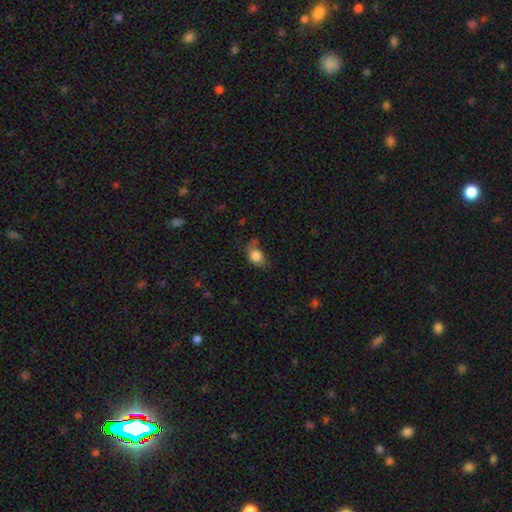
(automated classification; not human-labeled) Smooth or featured?
  - smooth: 80% *
  - featured or disk: 12%
  - star or artifact: 9%
How rounded?
  - in between: 75% *
  - round: 23%
  - cigar-shaped: 2%
Merging?
  - none: 38% *
  - minor disturbance: 36%
  - major disturbance: 22%
  - merger: 3%